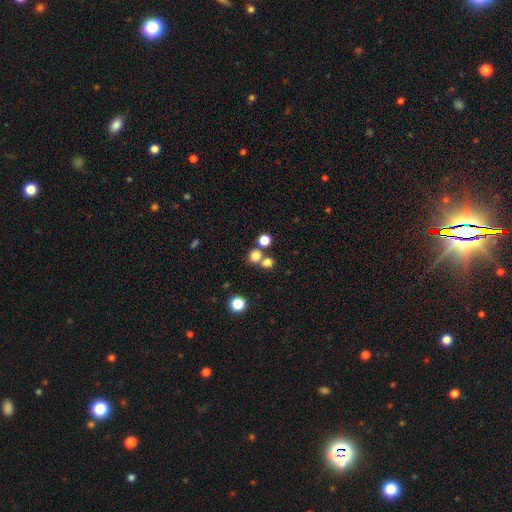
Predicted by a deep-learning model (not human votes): Smooth or featured? Predicted: smooth (p=0.77). How rounded? Predicted: round (p=0.82). Merging? Predicted: none (p=0.57).